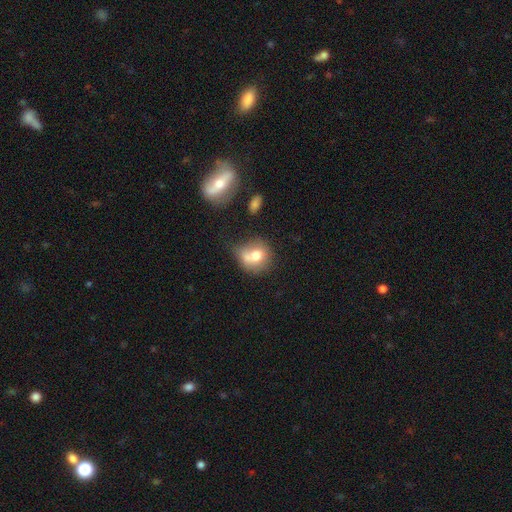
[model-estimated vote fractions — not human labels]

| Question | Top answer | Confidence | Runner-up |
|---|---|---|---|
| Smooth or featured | smooth | 69% | featured or disk (21%) |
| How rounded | round | 71% | in between (28%) |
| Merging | none | 38% | merger (28%) |